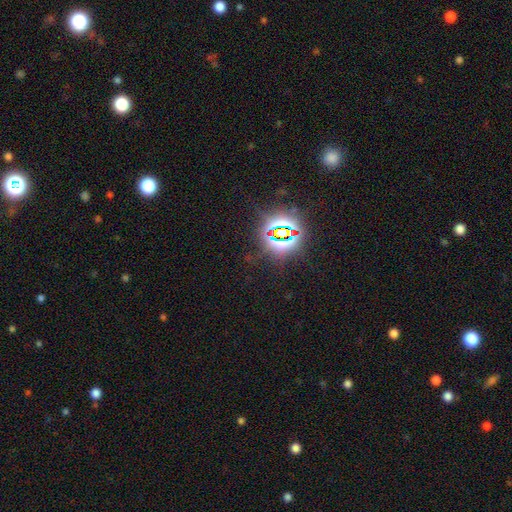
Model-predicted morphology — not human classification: Smooth or featured? star or artifact (79%)